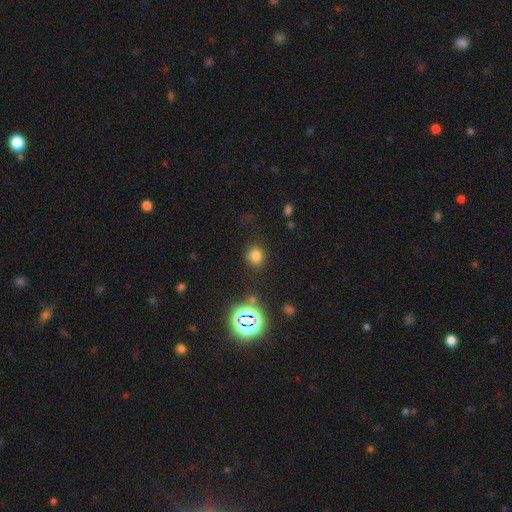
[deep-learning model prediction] Smooth or featured? smooth (73%)
How rounded? round (81%)
Merging? none (83%)